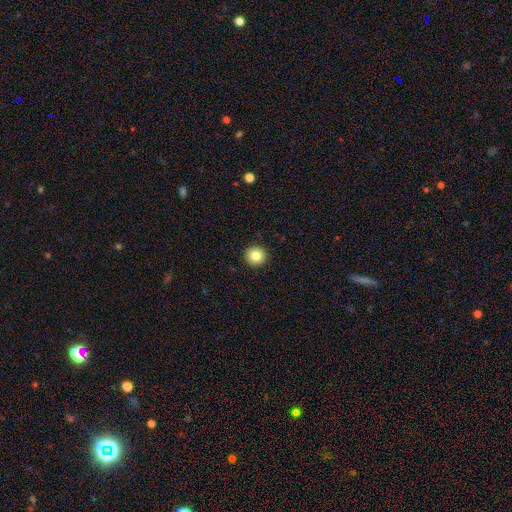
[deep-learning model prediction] Smooth or featured? Predicted: smooth (p=0.83). How rounded? Predicted: round (p=0.96). Merging? Predicted: none (p=0.93).